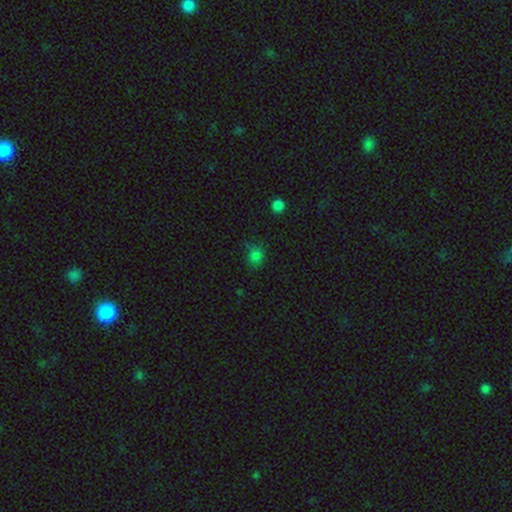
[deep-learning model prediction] Q: Smooth or featured?
A: smooth (78%); runner-up: star or artifact (18%)
Q: How rounded?
A: round (73%); runner-up: in between (26%)
Q: Merging?
A: none (67%); runner-up: minor disturbance (23%)